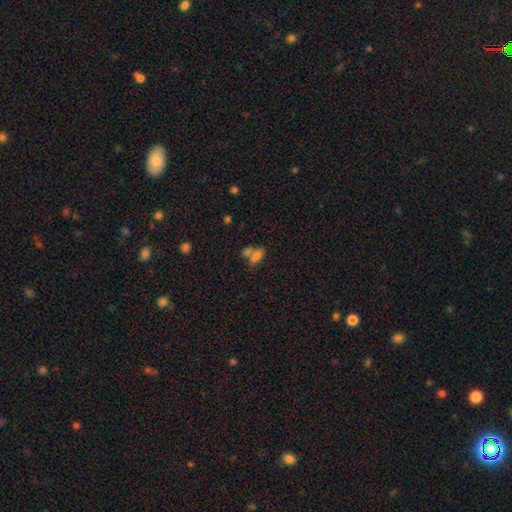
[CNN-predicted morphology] Smooth or featured?
  - smooth: 76% *
  - featured or disk: 13%
  - star or artifact: 12%
How rounded?
  - in between: 78% *
  - cigar-shaped: 16%
  - round: 6%
Merging?
  - merger: 50% *
  - none: 35%
  - minor disturbance: 10%
  - major disturbance: 6%